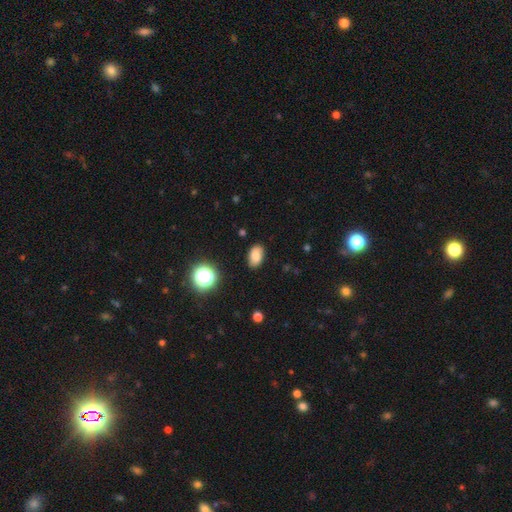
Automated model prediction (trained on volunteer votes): Q: Smooth or featured?
A: smooth (75%); runner-up: featured or disk (13%)
Q: How rounded?
A: in between (89%); runner-up: round (10%)
Q: Merging?
A: none (83%); runner-up: minor disturbance (13%)